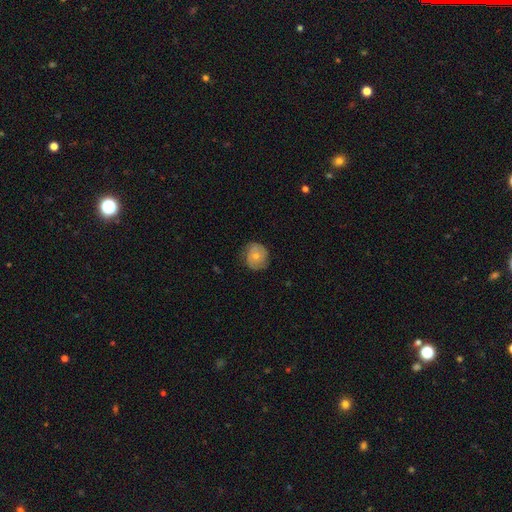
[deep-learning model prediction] A featured or disk galaxy (50%).

Vote fractions:
- Smooth or featured? featured or disk: 50% / smooth: 43% / star or artifact: 7%
- Edge-on disk? no: 97% / yes: 3%
- Merging? none: 74% / minor disturbance: 20% / major disturbance: 5% / merger: 1%